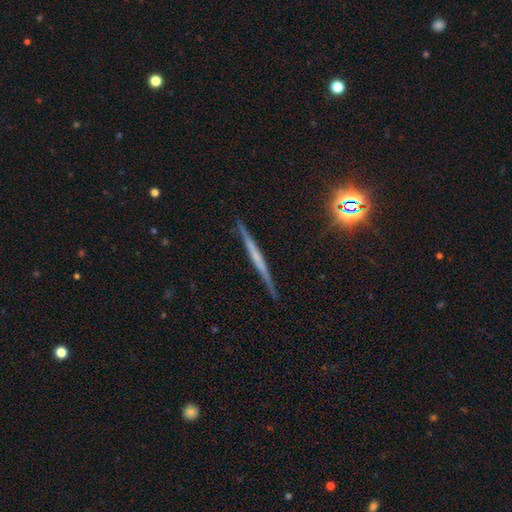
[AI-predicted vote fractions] Overall: featured or disk (59%; smooth 29%). Edge-on disk: yes (97%). Edge-on bulge: none (73%). Merging: none (89%).